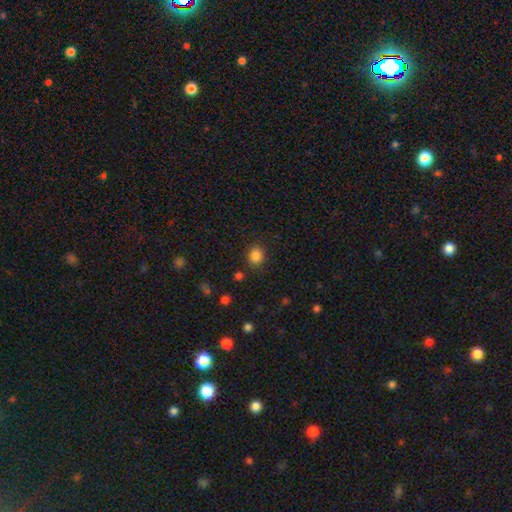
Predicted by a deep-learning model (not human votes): A smooth galaxy with no disk features (85%) that is round (70%).

Vote fractions:
- Smooth or featured? smooth: 85% / star or artifact: 11% / featured or disk: 4%
- How rounded? round: 70% / in between: 30% / cigar-shaped: 1%
- Merging? none: 85% / minor disturbance: 10% / major disturbance: 3% / merger: 2%